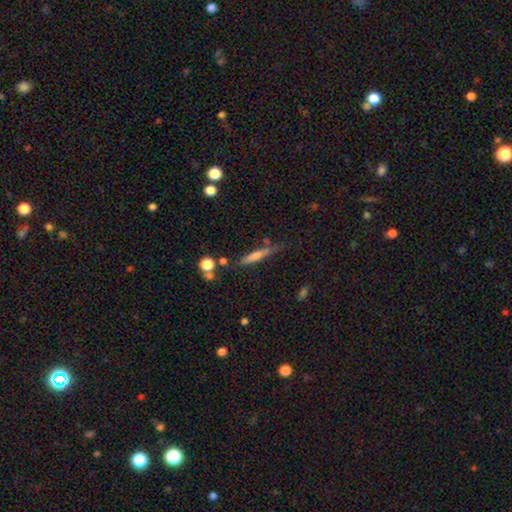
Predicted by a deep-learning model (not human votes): featured or disk 45%, smooth 44%, star or artifact 11%. Down the decision tree: merging — none (72%).